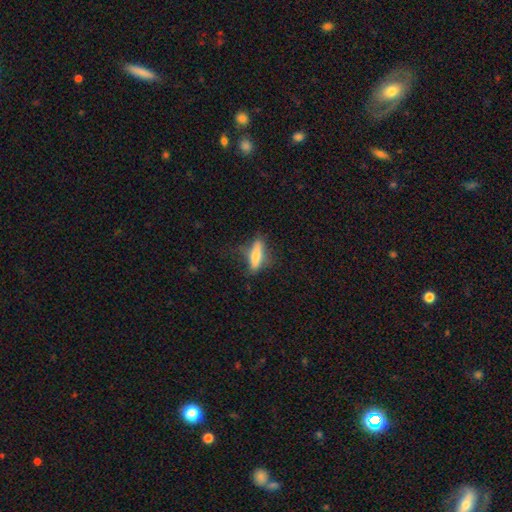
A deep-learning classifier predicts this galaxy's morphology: smooth 63%, featured or disk 30%, star or artifact 7%. Down the decision tree: how rounded — cigar-shaped (65%); merging — none (67%).